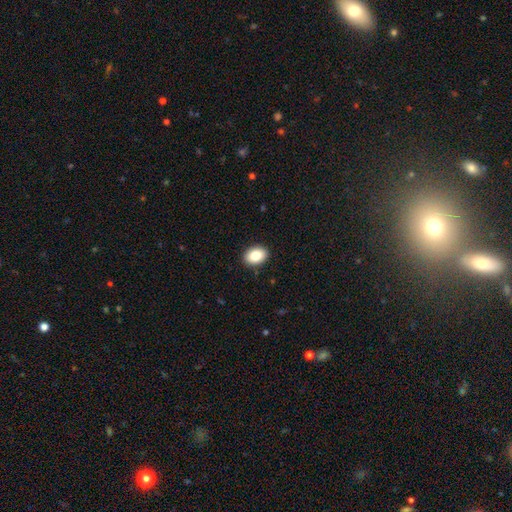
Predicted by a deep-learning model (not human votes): The model was most divided on "how rounded": in between: 78%, round: 21%, cigar-shaped: 1%. More confident: merging — none (90%); smooth or featured — smooth (87%).